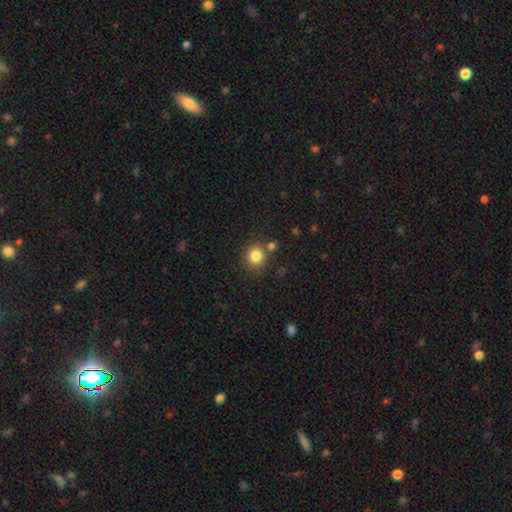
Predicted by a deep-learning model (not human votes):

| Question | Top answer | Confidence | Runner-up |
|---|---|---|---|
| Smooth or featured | smooth | 84% | star or artifact (11%) |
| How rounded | round | 88% | in between (11%) |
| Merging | none | 77% | merger (11%) |